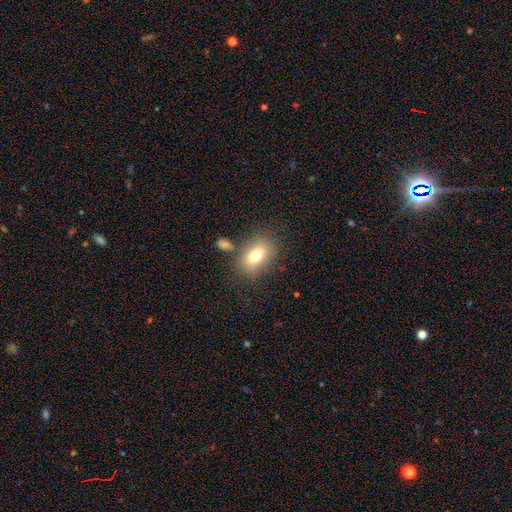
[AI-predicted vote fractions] smooth-or-featured: smooth: 74% | featured or disk: 16% | star or artifact: 10%
  how-rounded: in between: 81% | round: 17% | cigar-shaped: 2%
  merging: none: 71% | minor disturbance: 14% | merger: 9% | major disturbance: 5%